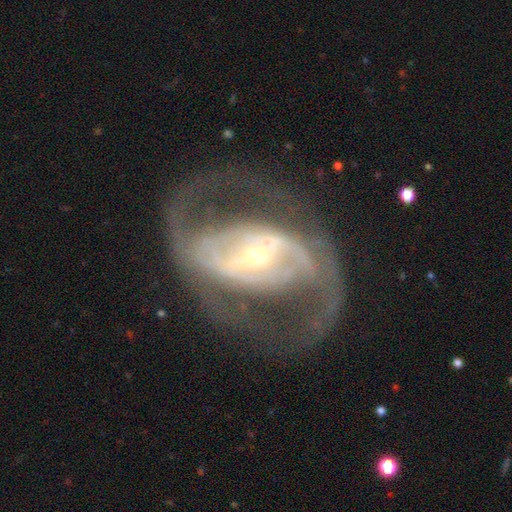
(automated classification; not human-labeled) Smooth or featured? featured or disk (89%)
Edge-on disk? no (95%)
Bar? strong (53%)
Spiral arms? yes (88%)
Spiral winding? medium (53%)
Spiral arm count? 2 (88%)
Bulge size? small (65%)
Merging? none (70%)